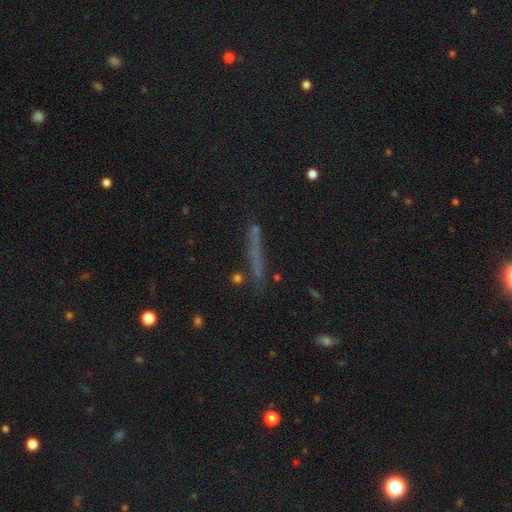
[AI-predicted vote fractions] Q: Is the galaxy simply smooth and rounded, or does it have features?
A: smooth — 49%.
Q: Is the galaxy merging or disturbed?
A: none — 77%.